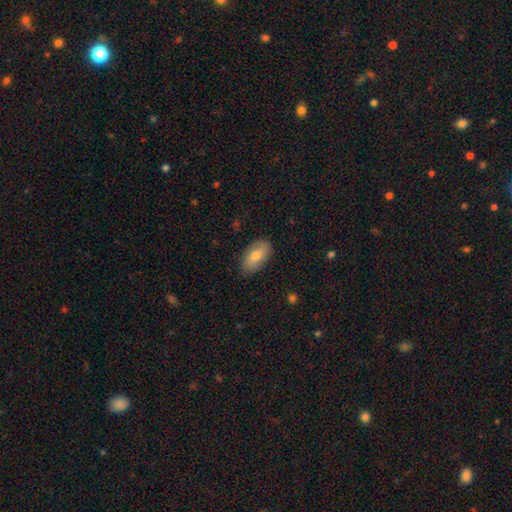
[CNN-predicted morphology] Overall: smooth (71%). How rounded: in between (93%). Merging: none (83%).